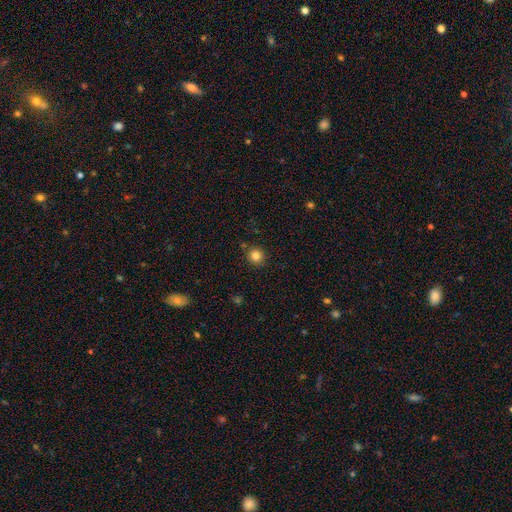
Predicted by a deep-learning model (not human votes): A smooth galaxy with no disk features (82%) that is round (92%).

Vote fractions:
- Smooth or featured? smooth: 82% / star or artifact: 12% / featured or disk: 5%
- How rounded? round: 92% / in between: 7% / cigar-shaped: 1%
- Merging? none: 87% / minor disturbance: 8% / merger: 3% / major disturbance: 2%